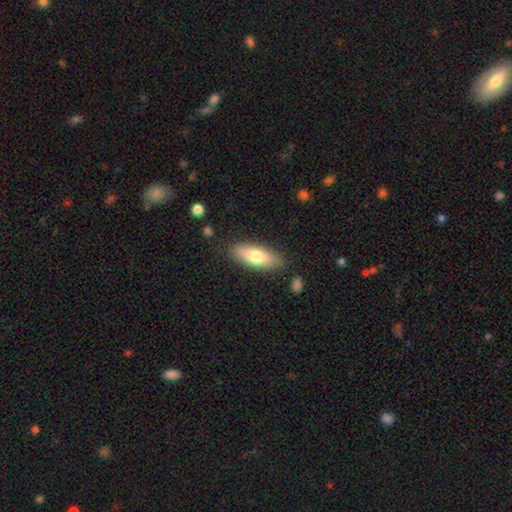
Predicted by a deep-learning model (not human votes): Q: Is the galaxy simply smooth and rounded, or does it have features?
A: smooth — 72%.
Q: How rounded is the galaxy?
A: in between — 68%.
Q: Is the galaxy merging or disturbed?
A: none — 83%.